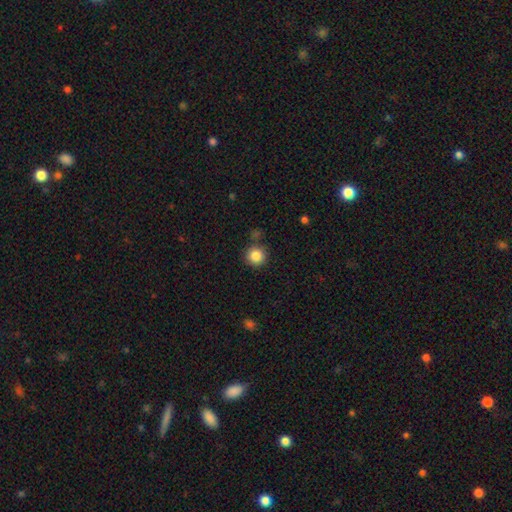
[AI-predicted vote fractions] Smooth or featured: smooth — 86% (star or artifact — 10%)
How rounded: round — 94% (in between — 5%)
Merging: none — 82% (minor disturbance — 9%)